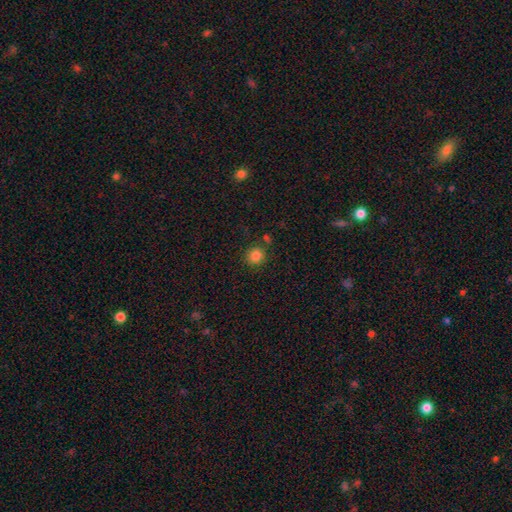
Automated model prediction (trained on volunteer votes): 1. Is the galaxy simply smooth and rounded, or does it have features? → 84% smooth, 12% star or artifact, 4% featured or disk.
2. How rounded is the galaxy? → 88% round, 11% in between, 1% cigar-shaped.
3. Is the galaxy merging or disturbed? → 81% none, 9% minor disturbance, 7% merger, 3% major disturbance.